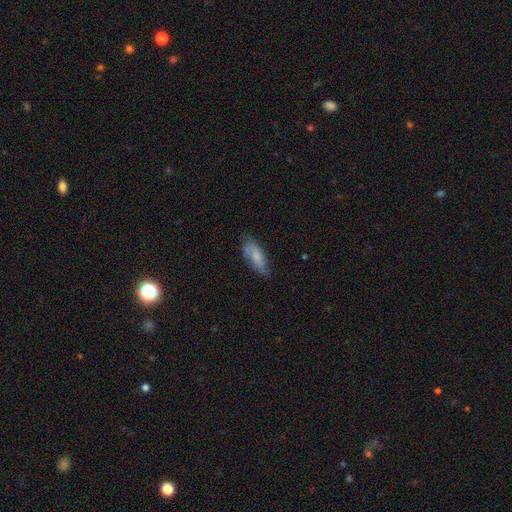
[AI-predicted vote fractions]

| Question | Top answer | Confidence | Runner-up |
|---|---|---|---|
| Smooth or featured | smooth | 66% | featured or disk (27%) |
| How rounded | in between | 71% | cigar-shaped (27%) |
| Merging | none | 65% | minor disturbance (27%) |